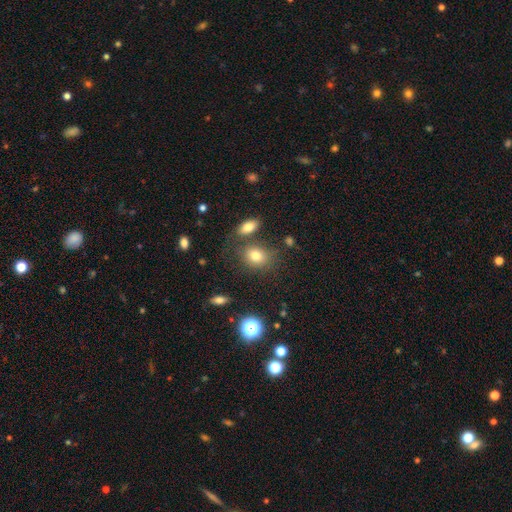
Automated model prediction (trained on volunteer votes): Smooth or featured? Predicted: smooth (p=0.77). How rounded? Predicted: in between (p=0.60). Merging? Predicted: none (p=0.66).